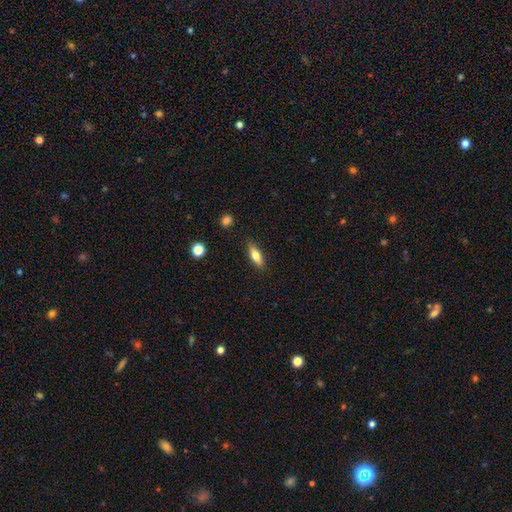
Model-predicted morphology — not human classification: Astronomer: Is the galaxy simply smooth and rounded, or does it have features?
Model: smooth — 70%.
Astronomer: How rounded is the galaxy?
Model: in between — 53% (runner-up: cigar-shaped, 45%).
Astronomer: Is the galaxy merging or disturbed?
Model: none — 86%.